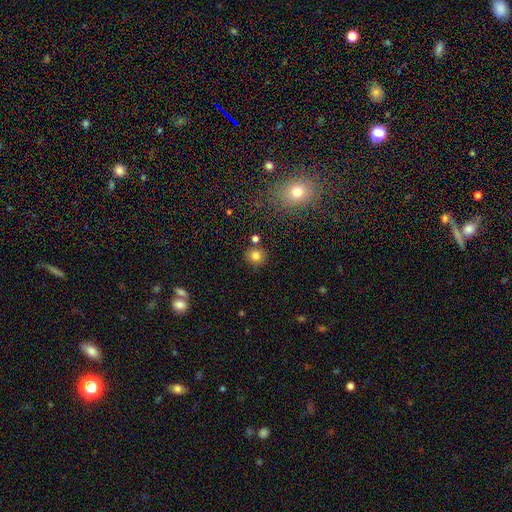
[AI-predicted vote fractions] Smooth or featured? Predicted: smooth (p=0.80). How rounded? Predicted: round (p=0.91). Merging? Predicted: none (p=0.82).